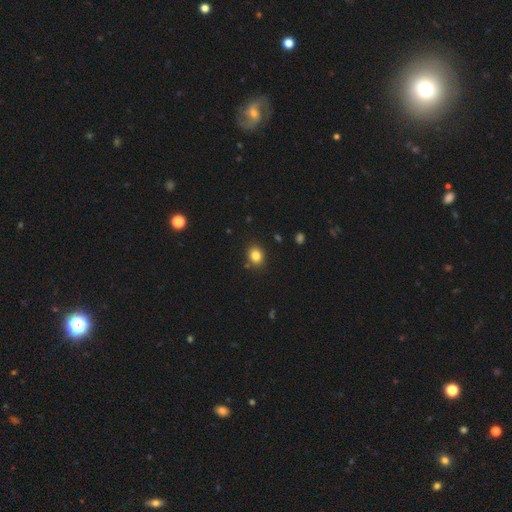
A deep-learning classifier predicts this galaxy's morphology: This is clearly a smooth galaxy (82%). How rounded: likely round (62%). Merging: clearly none (85%).